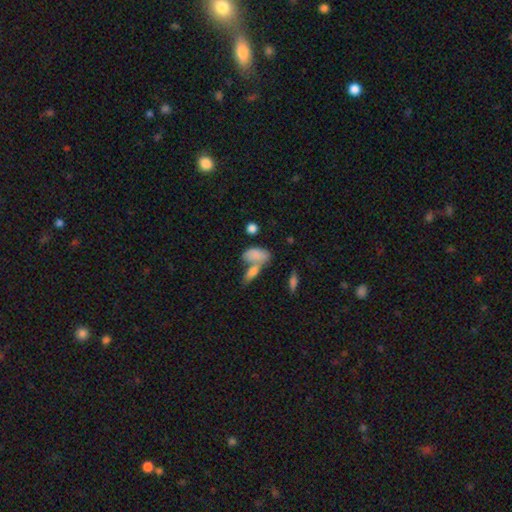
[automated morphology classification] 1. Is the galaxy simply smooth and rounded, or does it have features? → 79% smooth, 13% featured or disk, 8% star or artifact.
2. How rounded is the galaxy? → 87% in between, 7% cigar-shaped, 6% round.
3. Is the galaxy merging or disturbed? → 44% merger, 35% none, 14% minor disturbance, 7% major disturbance.